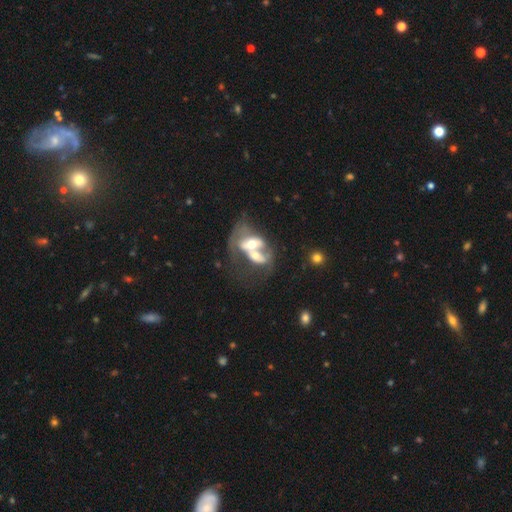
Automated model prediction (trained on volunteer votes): Morphology: type=featured or disk (58%); edge-on=no (93%); bar=no (72%); spiral arms=no (69%); bulge=moderate (62%); merging=merger (76%).